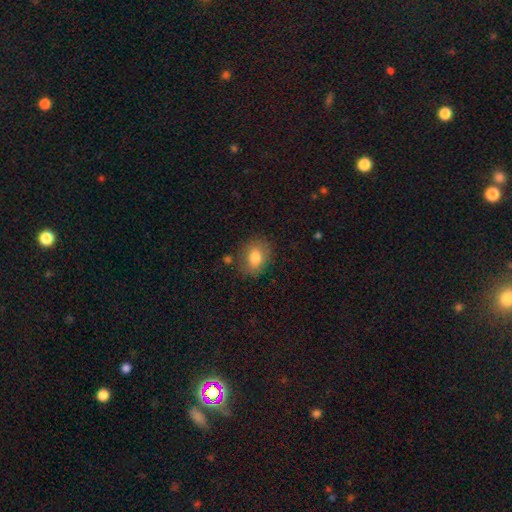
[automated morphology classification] smooth-or-featured: smooth: 78% | featured or disk: 12% | star or artifact: 10%
  how-rounded: in between: 54% | round: 45% | cigar-shaped: 1%
  merging: none: 81% | minor disturbance: 13% | major disturbance: 3% | merger: 3%